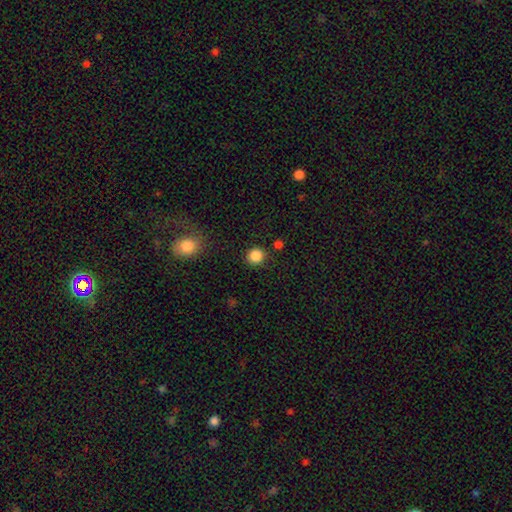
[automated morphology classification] A smooth galaxy with no disk features (86%) that is round (90%).

Vote fractions:
- Smooth or featured? smooth: 86% / star or artifact: 11% / featured or disk: 3%
- How rounded? round: 90% / in between: 9% / cigar-shaped: 1%
- Merging? none: 86% / minor disturbance: 8% / merger: 3% / major disturbance: 3%